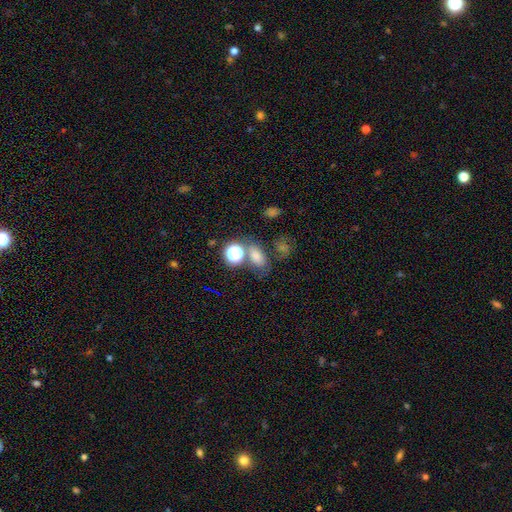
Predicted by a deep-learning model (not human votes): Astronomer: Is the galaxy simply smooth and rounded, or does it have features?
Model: smooth — 68%.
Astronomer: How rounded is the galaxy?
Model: in between — 69%.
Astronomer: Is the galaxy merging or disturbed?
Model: none — 58%.